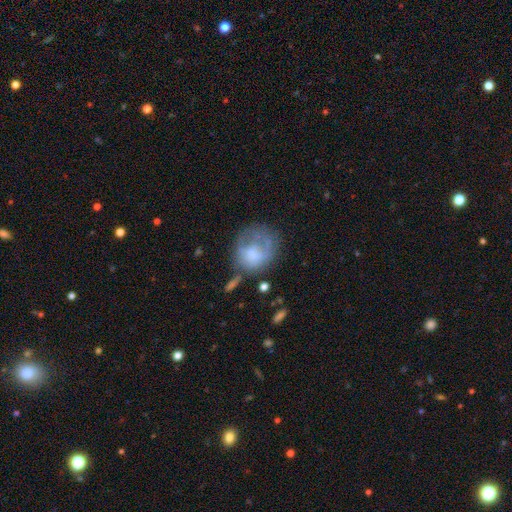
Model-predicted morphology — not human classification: Smooth or featured?
  - smooth: 54% *
  - featured or disk: 35%
  - star or artifact: 11%
How rounded?
  - round: 70% *
  - in between: 29%
  - cigar-shaped: 1%
Merging?
  - none: 43% *
  - minor disturbance: 26%
  - major disturbance: 24%
  - merger: 7%